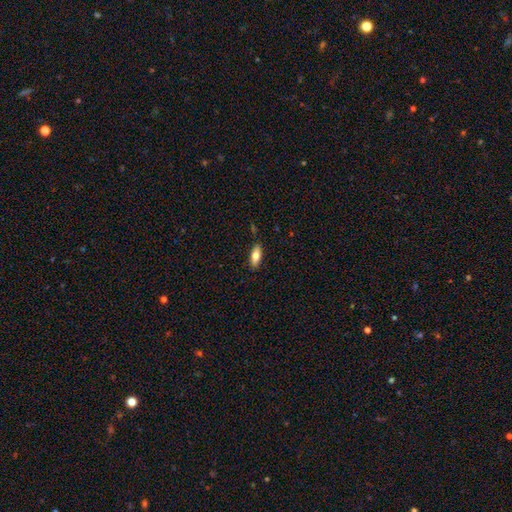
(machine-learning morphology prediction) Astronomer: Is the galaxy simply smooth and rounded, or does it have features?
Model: smooth — 75%.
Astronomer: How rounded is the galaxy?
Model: in between — 76%.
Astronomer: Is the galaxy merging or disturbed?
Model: none — 87%.